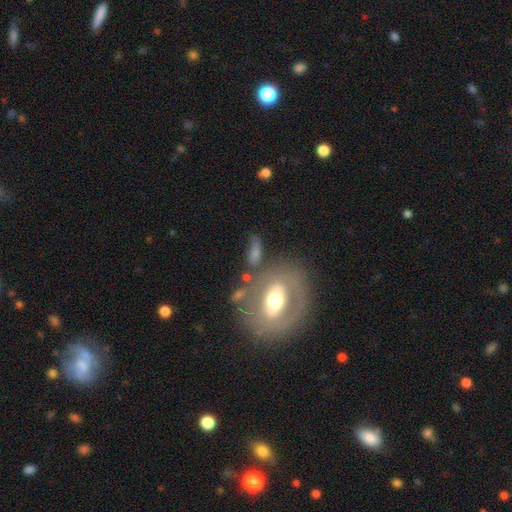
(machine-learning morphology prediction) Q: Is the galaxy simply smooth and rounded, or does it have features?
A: featured or disk — 56%.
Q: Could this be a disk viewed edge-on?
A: no — 89%.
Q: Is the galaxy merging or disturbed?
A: none — 64%.